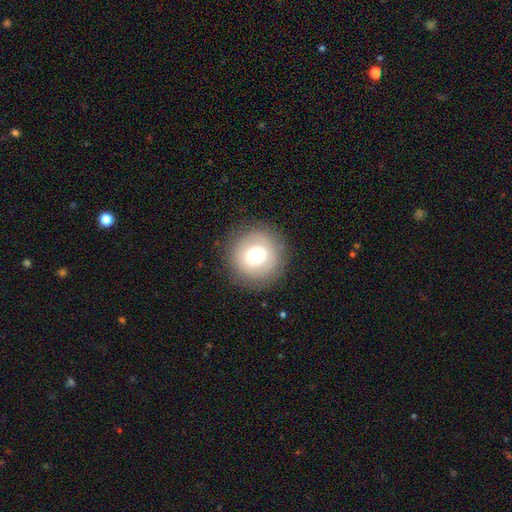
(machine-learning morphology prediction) Overall: smooth (69%). How rounded: round (96%). Merging: none (87%).